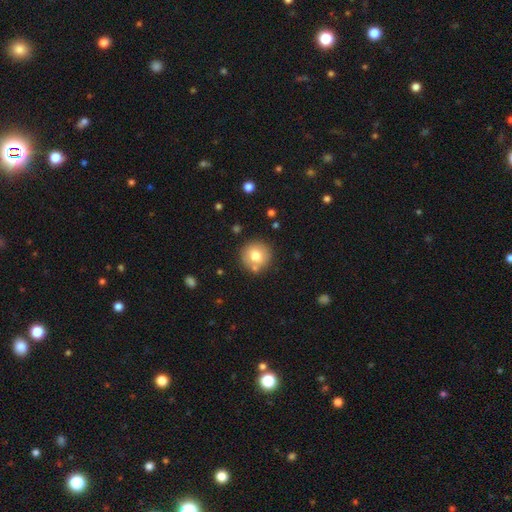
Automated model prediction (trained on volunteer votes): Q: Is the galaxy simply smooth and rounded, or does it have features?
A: smooth — 74%.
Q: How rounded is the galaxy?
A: round — 93%.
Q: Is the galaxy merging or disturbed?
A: none — 81%.